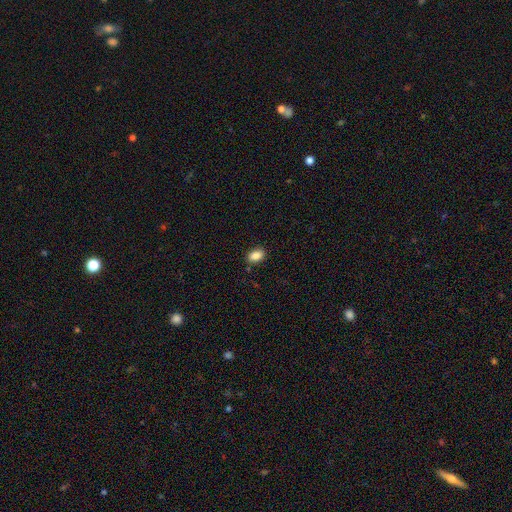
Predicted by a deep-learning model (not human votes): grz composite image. It shows a smooth galaxy with no disk features (87%) that is in between round and cigar-shaped (87%). Merging: none (86%).